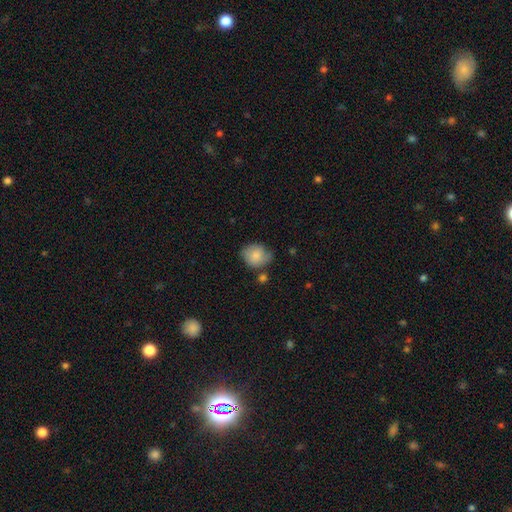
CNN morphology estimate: This is clearly a smooth galaxy (81%). How rounded: likely round (62%). Merging: possibly none (57%).